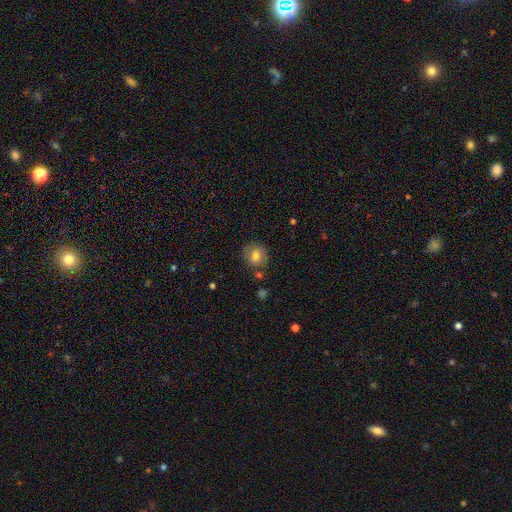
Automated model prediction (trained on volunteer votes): Smooth or featured: smooth — 72% (featured or disk — 19%)
How rounded: round — 72% (in between — 27%)
Merging: none — 78% (minor disturbance — 14%)